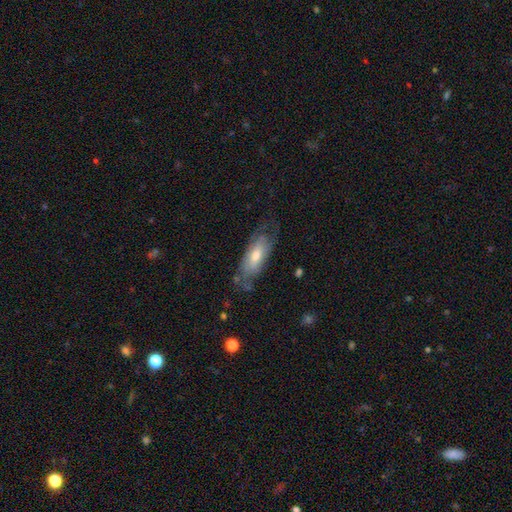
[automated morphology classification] Smooth or featured: featured or disk — 50% (smooth — 43%)
Merging: none — 60% (minor disturbance — 25%)